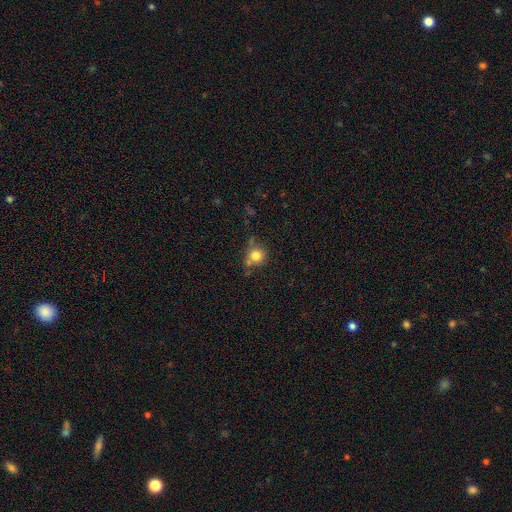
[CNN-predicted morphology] This is likely a smooth galaxy (79%). How rounded: clearly round (89%). Merging: likely none (62%).